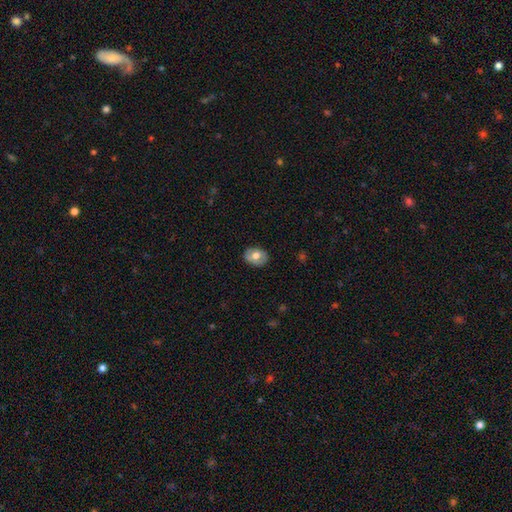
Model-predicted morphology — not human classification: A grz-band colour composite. It shows a smooth galaxy with no disk features (63%) that is in between round and cigar-shaped (61%). Merging: none (84%).